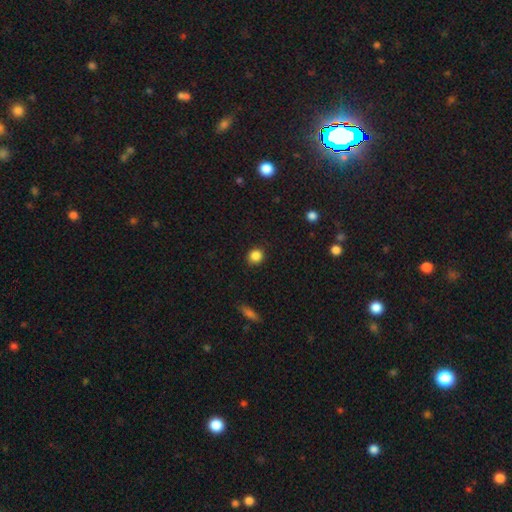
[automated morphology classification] type=smooth (86%); roundness=round (83%); merging=none (89%).